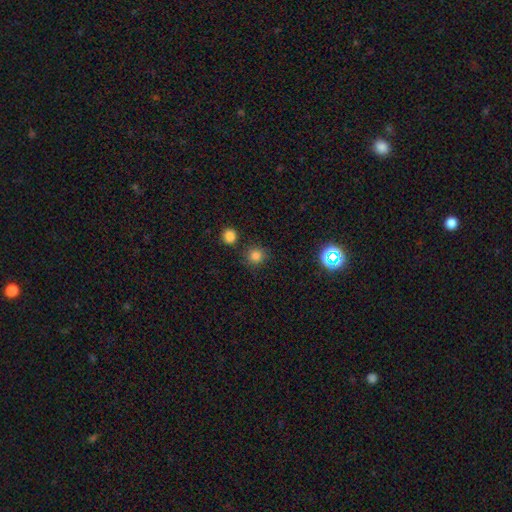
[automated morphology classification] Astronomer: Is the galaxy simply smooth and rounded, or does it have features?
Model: smooth — 80%.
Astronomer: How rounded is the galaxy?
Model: round — 91%.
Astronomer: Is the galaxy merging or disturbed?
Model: none — 83%.